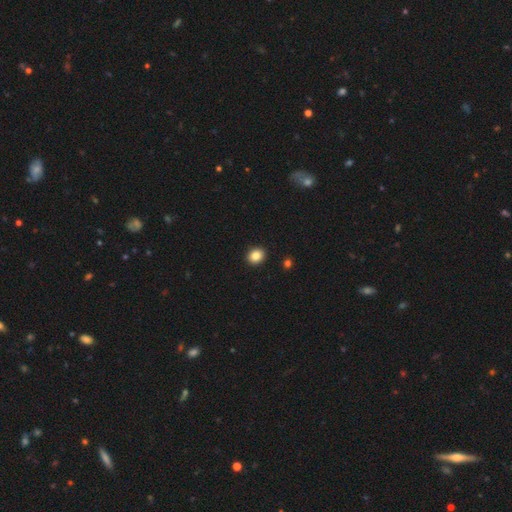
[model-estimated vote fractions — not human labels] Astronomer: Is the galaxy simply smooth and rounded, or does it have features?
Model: smooth — 85%.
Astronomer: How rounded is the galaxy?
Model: round — 67%.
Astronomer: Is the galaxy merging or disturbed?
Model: none — 92%.